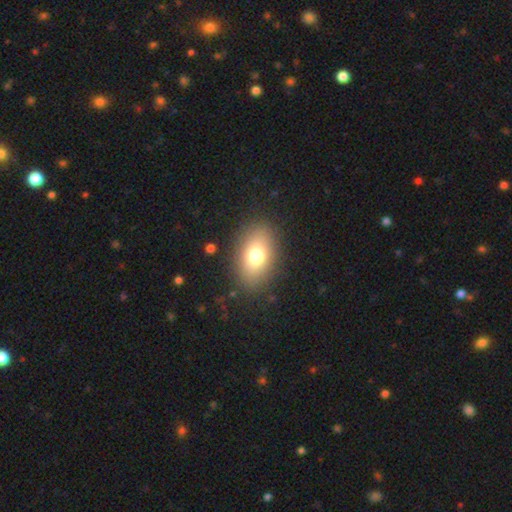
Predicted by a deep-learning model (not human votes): A smooth galaxy with no disk features (74%) that is in between round and cigar-shaped (84%). Merging: none (85%).